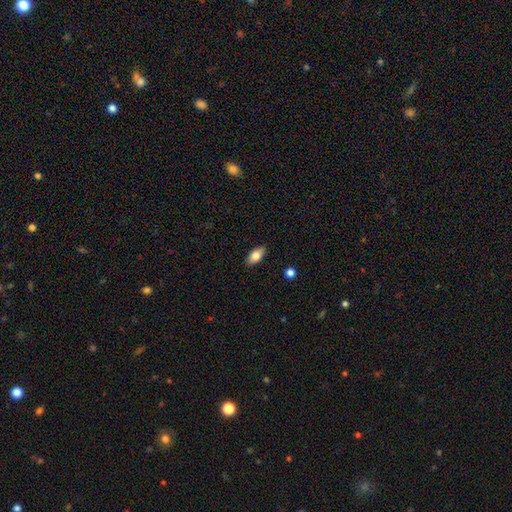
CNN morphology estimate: This is likely a smooth galaxy (78%). How rounded: clearly in between (88%). Merging: clearly none (87%).